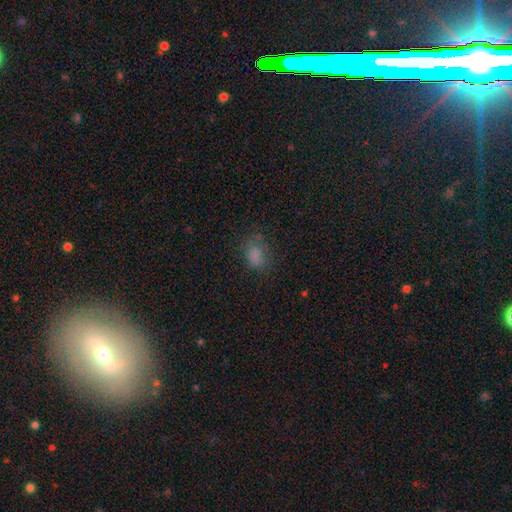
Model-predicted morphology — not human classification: smooth_or_featured: smooth (p=0.76) [alt: star or artifact p=0.16]
how_rounded: in between (p=0.69) [alt: round p=0.30]
merging: none (p=0.66) [alt: minor disturbance p=0.22]